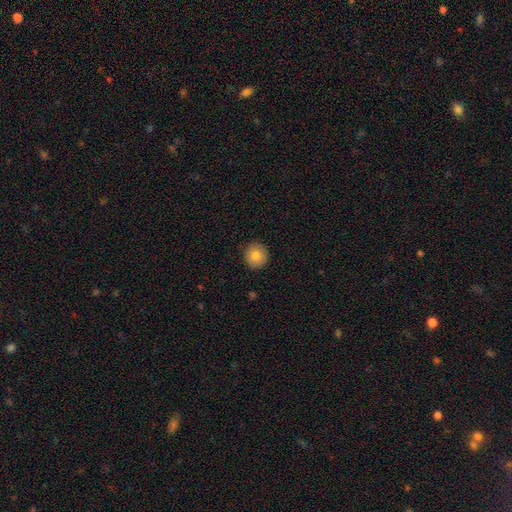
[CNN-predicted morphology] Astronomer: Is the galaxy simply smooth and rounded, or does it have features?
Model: smooth — 84%.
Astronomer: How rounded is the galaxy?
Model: round — 92%.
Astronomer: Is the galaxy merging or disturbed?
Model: none — 90%.